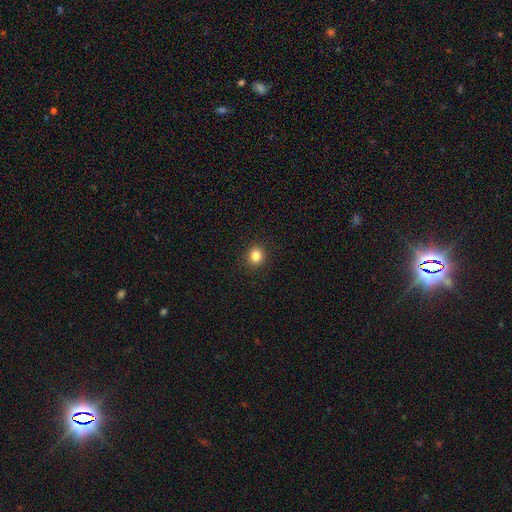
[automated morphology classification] smooth-or-featured: smooth: 84% | star or artifact: 12% | featured or disk: 5%
  how-rounded: round: 81% | in between: 18% | cigar-shaped: 1%
  merging: none: 92% | minor disturbance: 6% | major disturbance: 2% | merger: 1%